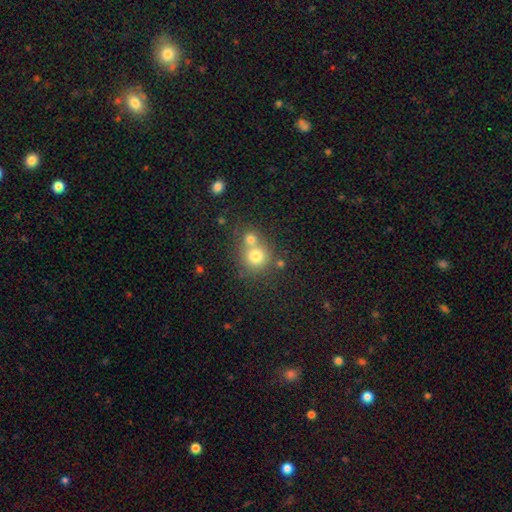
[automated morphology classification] Smooth or featured? smooth (73%)
How rounded? round (87%)
Merging? merger (47%)